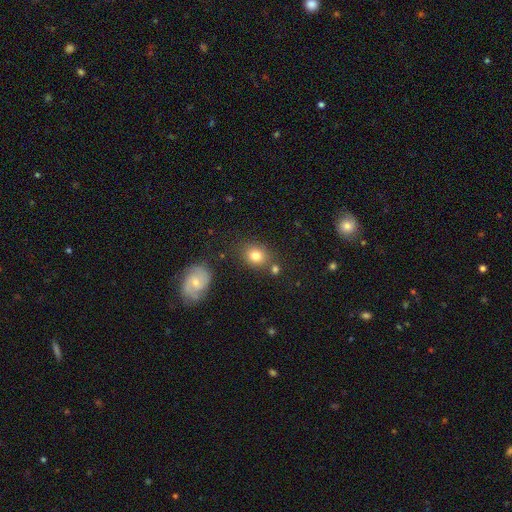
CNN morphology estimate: A smooth galaxy with no disk features (78%) that is round (59%).

Vote fractions:
- Smooth or featured? smooth: 78% / featured or disk: 11% / star or artifact: 11%
- How rounded? round: 59% / in between: 40% / cigar-shaped: 1%
- Merging? none: 74% / minor disturbance: 13% / merger: 9% / major disturbance: 4%